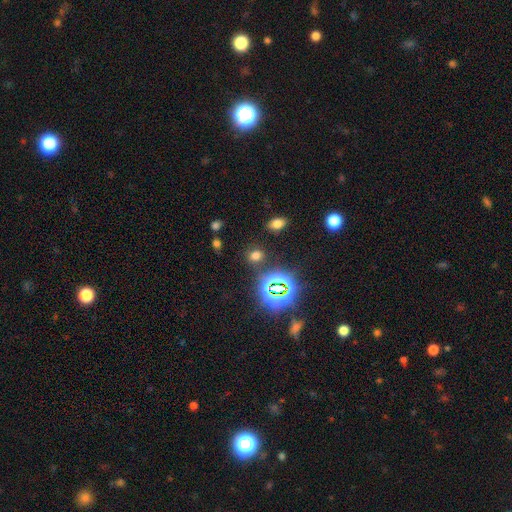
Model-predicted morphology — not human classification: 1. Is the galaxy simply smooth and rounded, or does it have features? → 58% smooth, 35% star or artifact, 7% featured or disk.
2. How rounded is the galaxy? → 56% round, 42% in between, 2% cigar-shaped.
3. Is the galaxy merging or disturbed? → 83% none, 9% minor disturbance, 4% merger, 4% major disturbance.